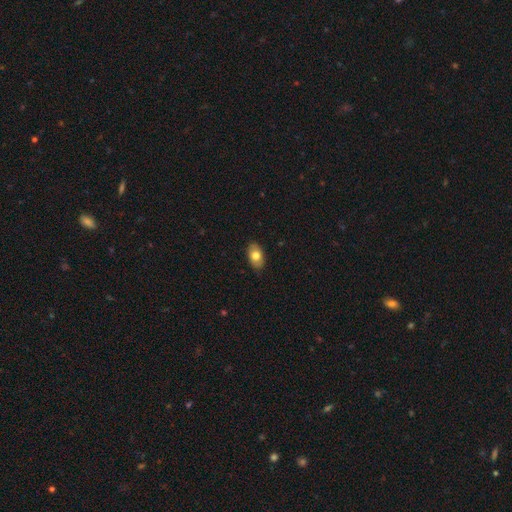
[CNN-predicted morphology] Q: Smooth or featured?
A: smooth (76%); runner-up: featured or disk (17%)
Q: How rounded?
A: in between (91%); runner-up: round (7%)
Q: Merging?
A: none (87%); runner-up: minor disturbance (10%)